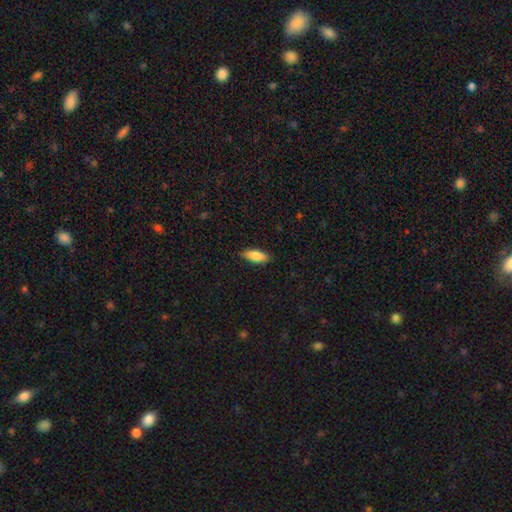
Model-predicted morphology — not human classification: type=smooth (85%); roundness=in between (76%); merging=none (87%).